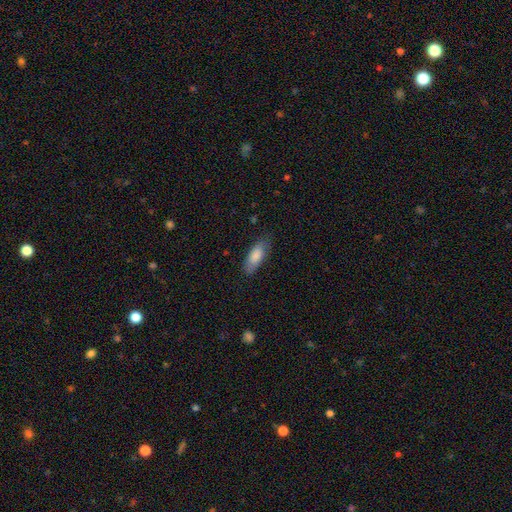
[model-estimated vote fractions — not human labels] Smooth or featured? Predicted: smooth (p=0.84). How rounded? Predicted: in between (p=0.73). Merging? Predicted: none (p=0.77).